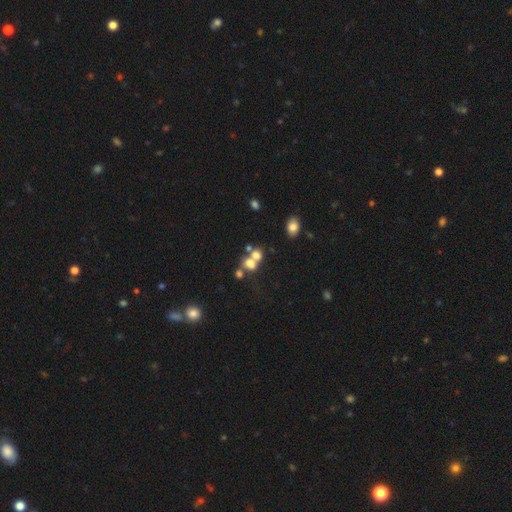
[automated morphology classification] type=smooth (64%); roundness=round (52%); merging=merger (59%).